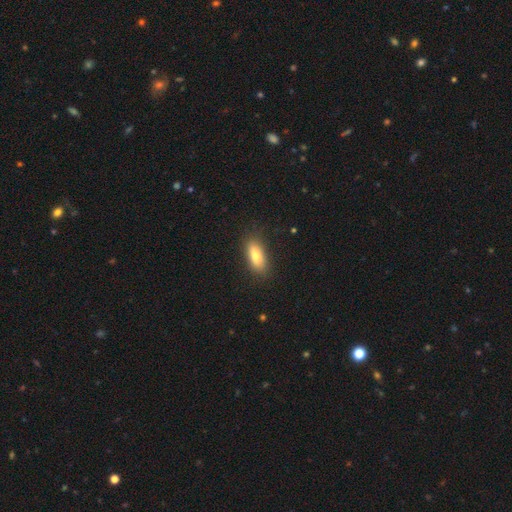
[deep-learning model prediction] The model was most divided on "how rounded": in between: 77%, cigar-shaped: 20%, round: 3%. More confident: merging — none (84%); smooth or featured — smooth (78%).